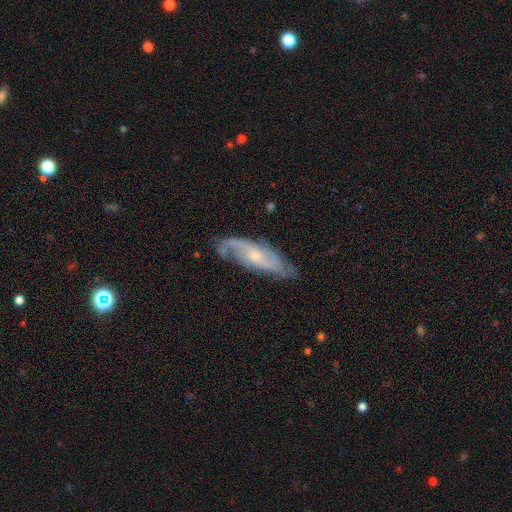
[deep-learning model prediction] Morphology: type=featured or disk (84%); edge-on=no (87%); bar=no (58%); spiral arms=yes (96%); winding=medium (49%); arm count=2 (63%); bulge=small (51%); merging=none (72%).